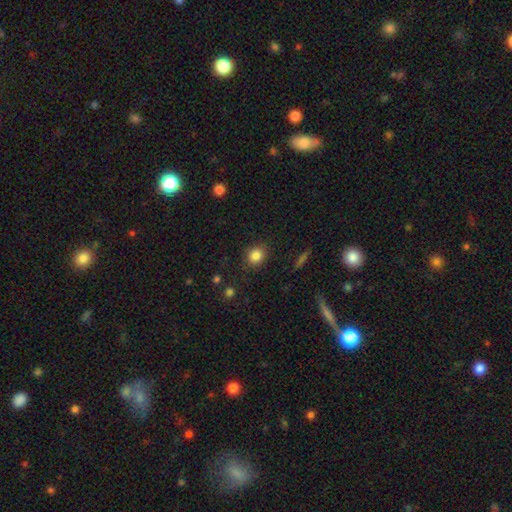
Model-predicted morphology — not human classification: Smooth or featured: smooth — 84% (star or artifact — 11%)
How rounded: round — 72% (in between — 27%)
Merging: none — 85% (minor disturbance — 10%)